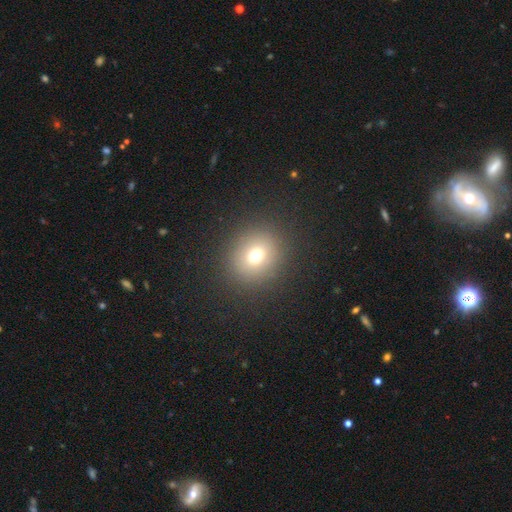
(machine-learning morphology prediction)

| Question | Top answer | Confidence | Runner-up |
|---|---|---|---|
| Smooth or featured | smooth | 70% | star or artifact (18%) |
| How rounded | round | 80% | in between (20%) |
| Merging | none | 88% | minor disturbance (7%) |